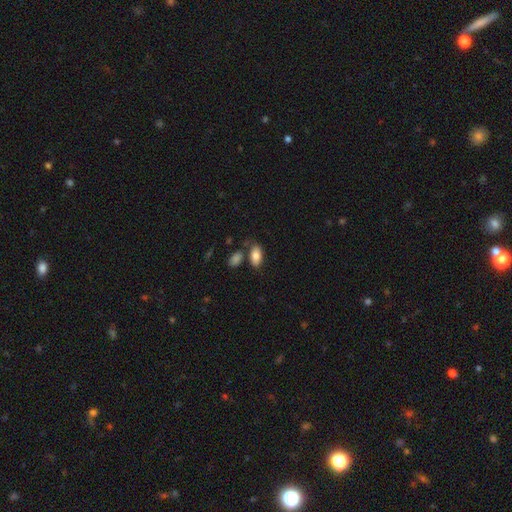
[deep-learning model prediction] A smooth galaxy with no disk features (82%) that is in between round and cigar-shaped (92%). Merging: none (66%).